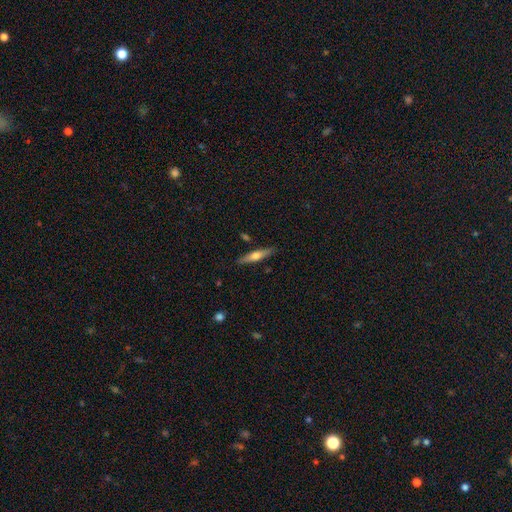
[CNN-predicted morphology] Smooth or featured: featured or disk — 49% (smooth — 45%)
Merging: none — 87% (minor disturbance — 9%)